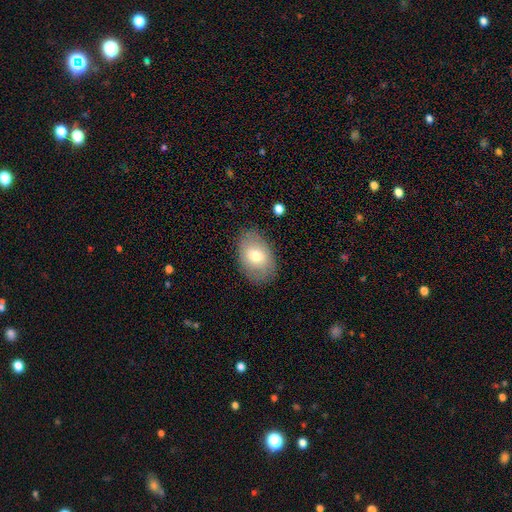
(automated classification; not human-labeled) Morphology: type=smooth (71%); roundness=in between (85%); merging=none (81%).